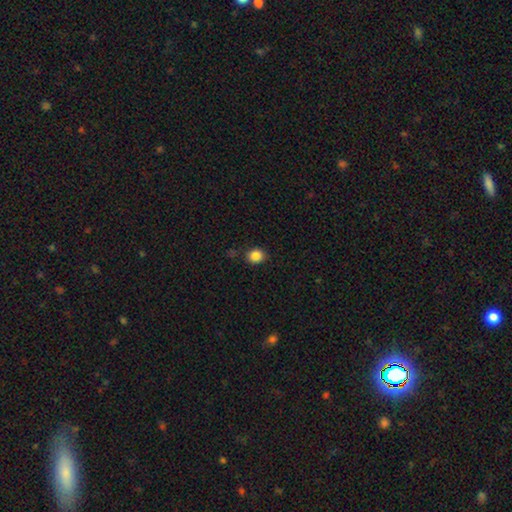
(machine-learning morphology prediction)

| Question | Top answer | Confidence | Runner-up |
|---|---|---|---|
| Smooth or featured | smooth | 86% | star or artifact (10%) |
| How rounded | round | 70% | in between (29%) |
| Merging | none | 86% | minor disturbance (10%) |